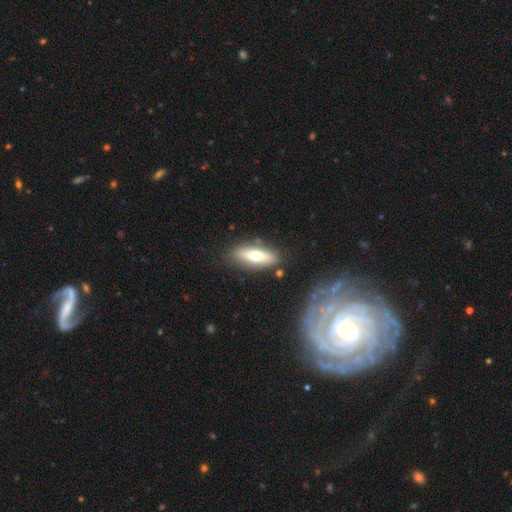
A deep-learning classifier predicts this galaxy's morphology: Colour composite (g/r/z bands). It shows a smooth galaxy with no disk features (56%) that is in between round and cigar-shaped (56%). Merging: none (81%).